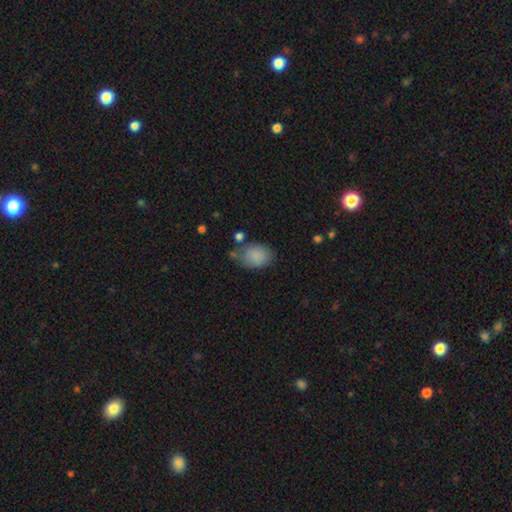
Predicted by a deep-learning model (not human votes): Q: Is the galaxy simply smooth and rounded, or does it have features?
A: smooth — 85%.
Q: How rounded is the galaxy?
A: in between — 70%.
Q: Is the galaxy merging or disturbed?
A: none — 63%.